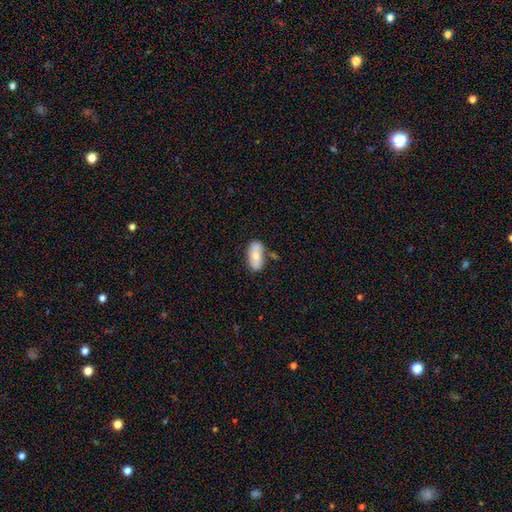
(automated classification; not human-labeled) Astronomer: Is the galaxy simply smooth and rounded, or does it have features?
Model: smooth — 70%.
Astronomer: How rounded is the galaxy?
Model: in between — 90%.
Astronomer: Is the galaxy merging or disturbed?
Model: none — 62%.